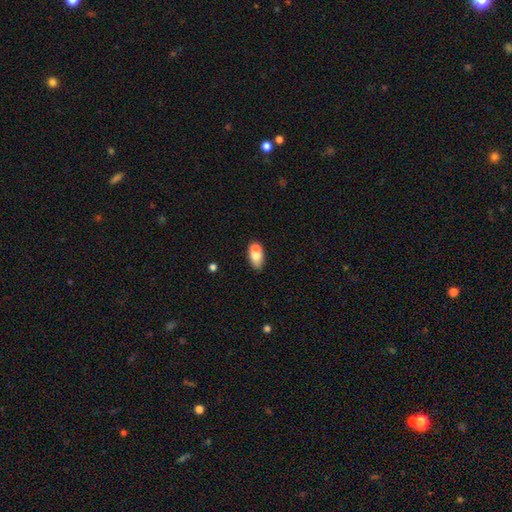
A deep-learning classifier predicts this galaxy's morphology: The model was most divided on "merging": merger: 44%, none: 41%, minor disturbance: 12%, major disturbance: 4%. More confident: how rounded — in between (87%); smooth or featured — smooth (69%).